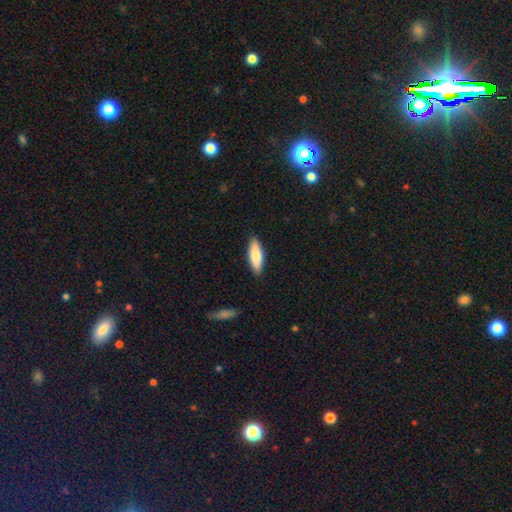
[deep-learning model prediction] Smooth or featured? smooth (77%)
How rounded? in between (53%)
Merging? none (88%)